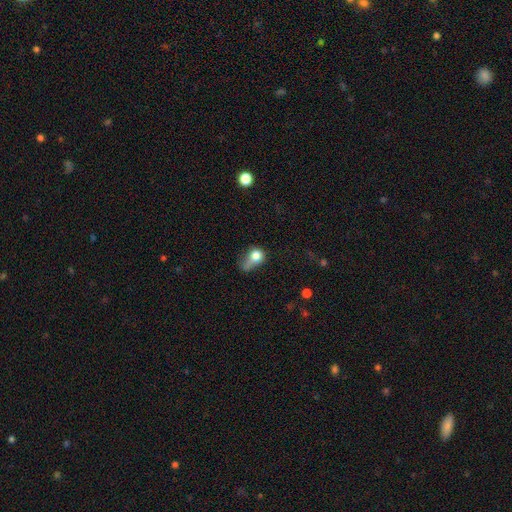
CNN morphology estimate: smooth 74%, featured or disk 15%, star or artifact 11%. Down the decision tree: how rounded — round (50%); merging — major disturbance (37%).